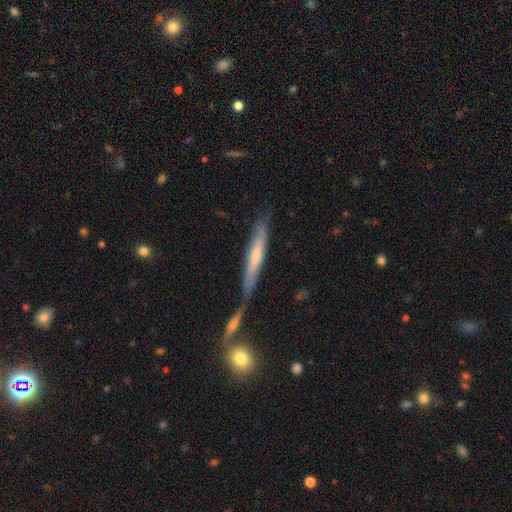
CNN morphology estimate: This is possibly a featured or disk galaxy (50%). Merging: possibly none (57%).